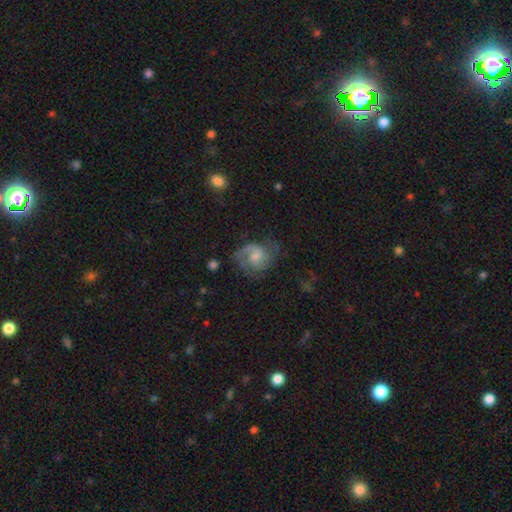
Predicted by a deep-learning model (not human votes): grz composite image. It shows a featured or disk galaxy (76%) with a weak bar (49%), 2 (68%) medium (50%) spiral arms (94%) and a moderate central bulge (41%). Merging: none (63%).